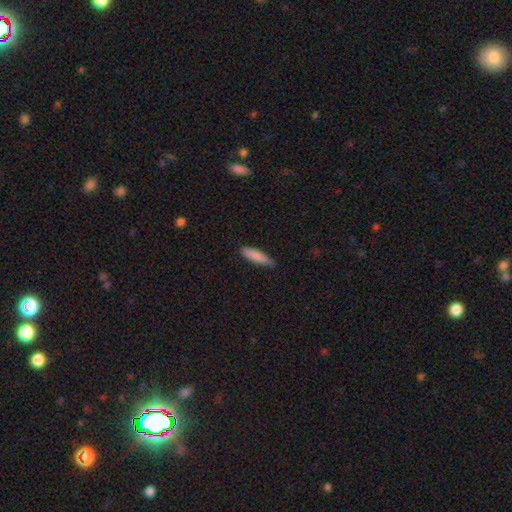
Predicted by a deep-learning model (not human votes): A smooth galaxy with no disk features (84%) that is cigar-shaped (72%). Merging: none (72%).